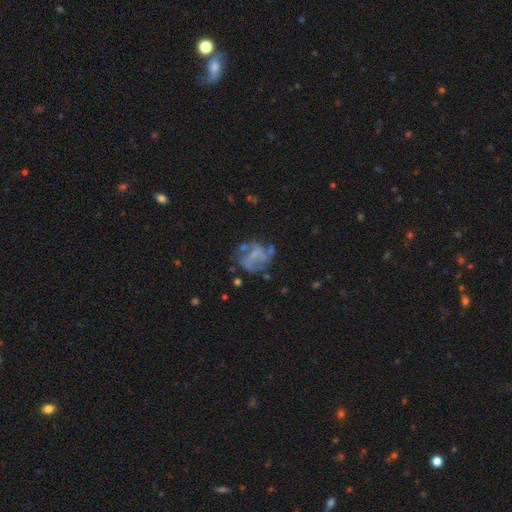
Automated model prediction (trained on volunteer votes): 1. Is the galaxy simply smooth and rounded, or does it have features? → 56% featured or disk, 31% smooth, 13% star or artifact.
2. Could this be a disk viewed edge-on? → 97% no, 3% yes.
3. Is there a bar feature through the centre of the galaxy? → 54% no, 30% weak, 16% strong.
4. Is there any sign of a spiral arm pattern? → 60% no, 40% yes.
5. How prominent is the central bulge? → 64% none, 22% small, 11% moderate, 2% large, 1% dominant.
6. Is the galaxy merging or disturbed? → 46% none, 23% major disturbance, 21% minor disturbance, 9% merger.